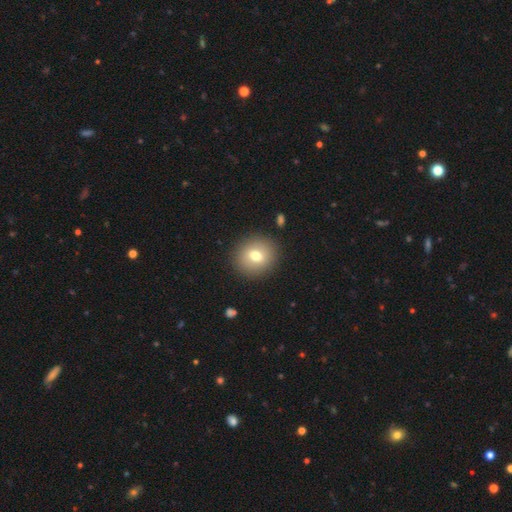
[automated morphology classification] Smooth or featured? smooth (72%)
How rounded? round (84%)
Merging? none (89%)